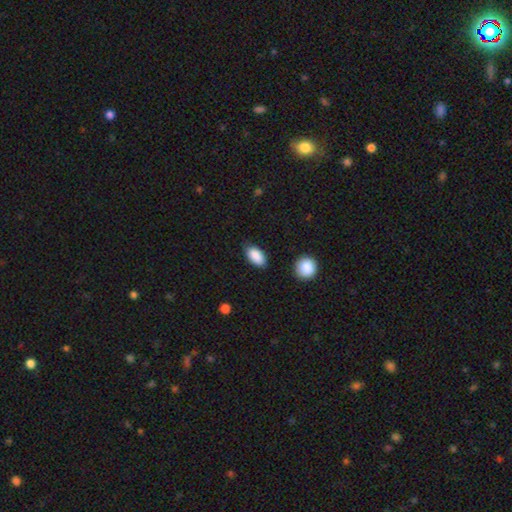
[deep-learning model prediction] smooth_or_featured: smooth (p=0.89) [alt: star or artifact p=0.07]
how_rounded: in between (p=0.92) [alt: round p=0.05]
merging: none (p=0.81) [alt: minor disturbance p=0.15]